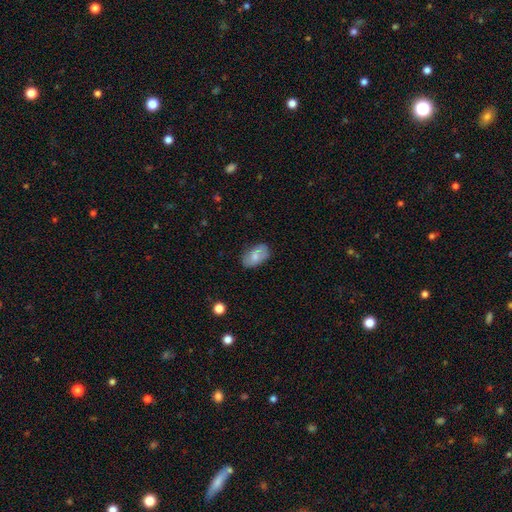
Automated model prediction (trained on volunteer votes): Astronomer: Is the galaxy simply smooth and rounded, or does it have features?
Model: smooth — 75%.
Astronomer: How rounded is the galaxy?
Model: in between — 92%.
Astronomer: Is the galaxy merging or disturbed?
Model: none — 71%.